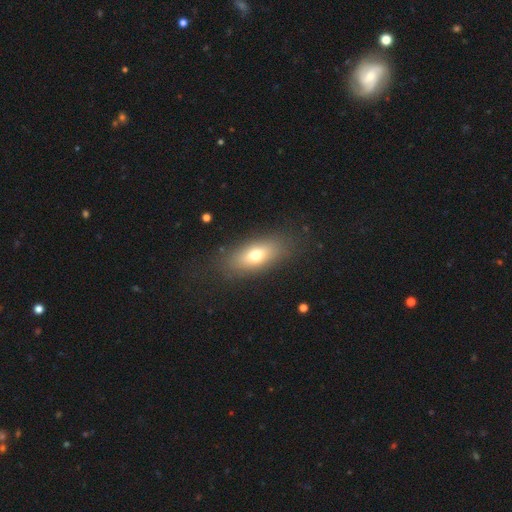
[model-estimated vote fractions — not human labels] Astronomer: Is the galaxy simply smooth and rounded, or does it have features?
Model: smooth — 68%.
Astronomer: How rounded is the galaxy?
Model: in between — 80%.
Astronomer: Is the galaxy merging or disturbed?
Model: none — 82%.